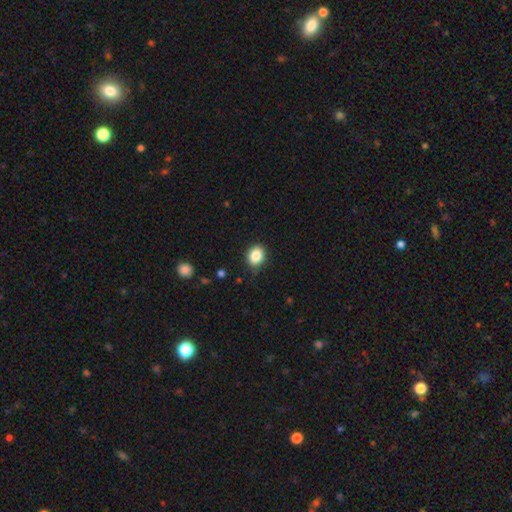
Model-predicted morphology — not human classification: This is clearly a smooth galaxy (85%). How rounded: possibly in between (50%). Merging: clearly none (81%).